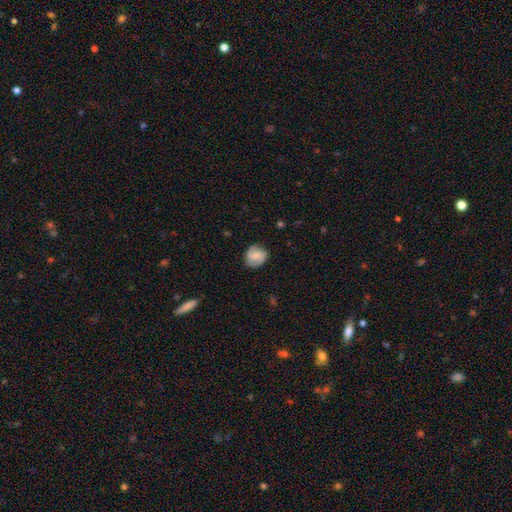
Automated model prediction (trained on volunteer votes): smooth_or_featured: smooth (p=0.53) [alt: featured or disk p=0.40]
how_rounded: round (p=0.76) [alt: in between p=0.23]
merging: none (p=0.77) [alt: minor disturbance p=0.17]